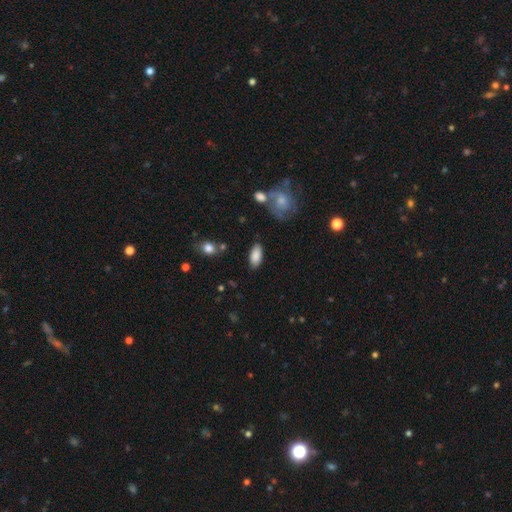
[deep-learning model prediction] The model was most divided on "merging": none: 83%, minor disturbance: 11%, major disturbance: 3%, merger: 2%. More confident: how rounded — in between (91%); smooth or featured — smooth (86%).